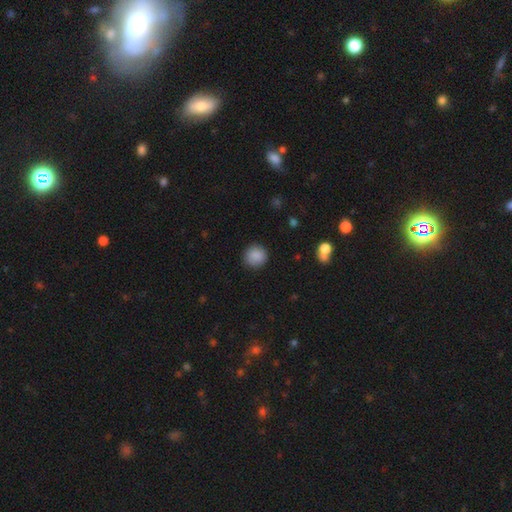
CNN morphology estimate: type=smooth (88%); roundness=round (92%); merging=none (90%).